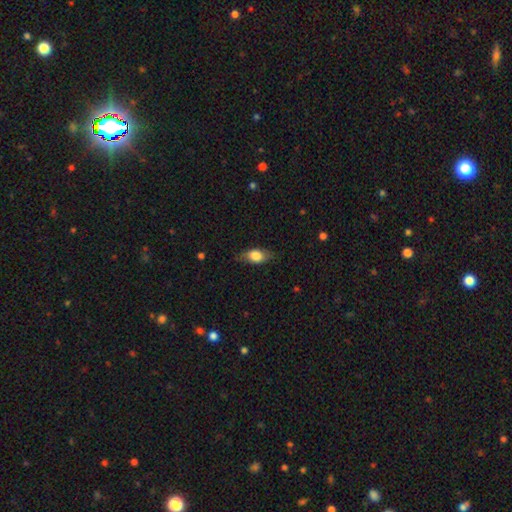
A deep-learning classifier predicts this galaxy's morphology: smooth_or_featured: smooth (p=0.73) [alt: featured or disk p=0.20]
how_rounded: in between (p=0.82) [alt: cigar-shaped p=0.10]
merging: none (p=0.75) [alt: minor disturbance p=0.19]